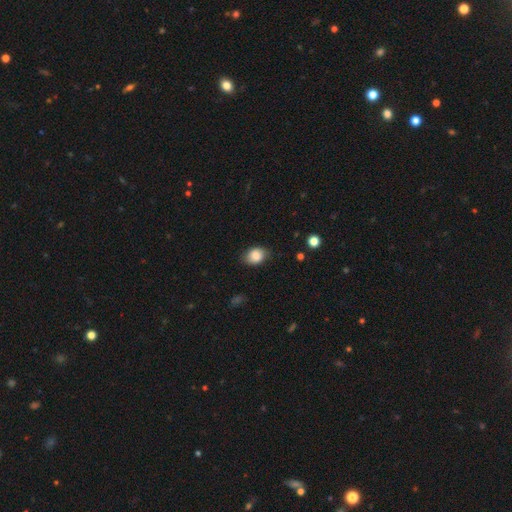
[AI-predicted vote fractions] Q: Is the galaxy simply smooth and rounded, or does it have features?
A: smooth — 84%.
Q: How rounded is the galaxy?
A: in between — 71%.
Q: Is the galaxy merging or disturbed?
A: none — 78%.